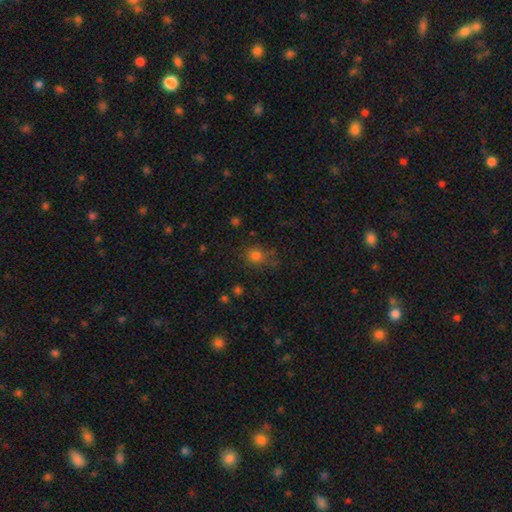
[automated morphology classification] Smooth or featured: smooth — 79% (star or artifact — 15%)
How rounded: round — 81% (in between — 18%)
Merging: none — 70% (minor disturbance — 18%)